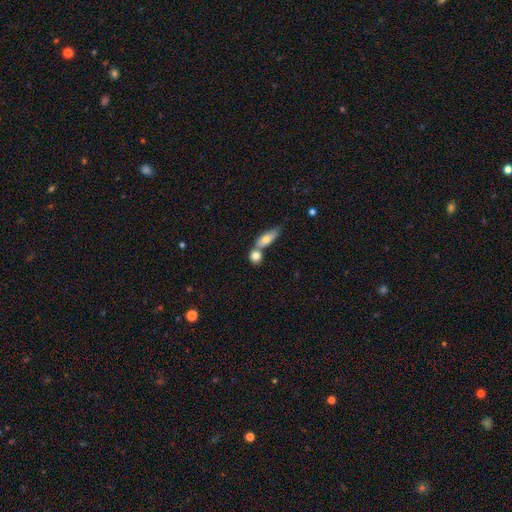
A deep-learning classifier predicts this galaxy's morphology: The model was most divided on "merging": merger: 46%, none: 43%, minor disturbance: 8%, major disturbance: 3%. More confident: smooth or featured — smooth (78%); how rounded — round (54%).